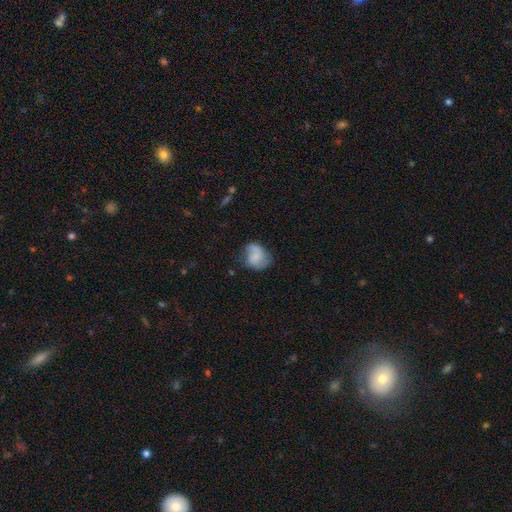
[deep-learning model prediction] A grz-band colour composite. It shows a smooth galaxy with no disk features (49%). Merging: none (52%).